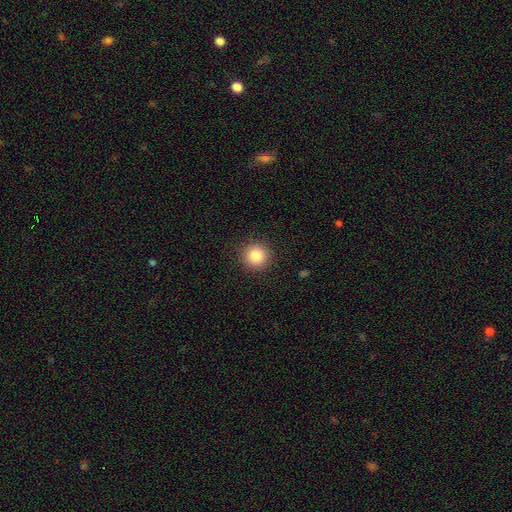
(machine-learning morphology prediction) This is clearly a smooth galaxy (84%). How rounded: clearly round (93%). Merging: clearly none (91%).